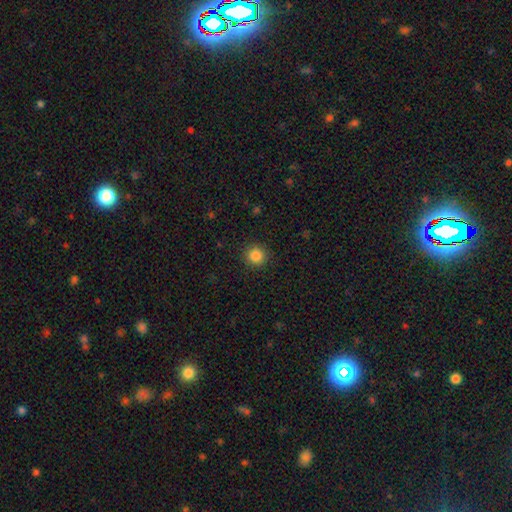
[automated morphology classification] smooth 86%, star or artifact 10%, featured or disk 4%. Down the decision tree: how rounded — round (93%); merging — none (91%).